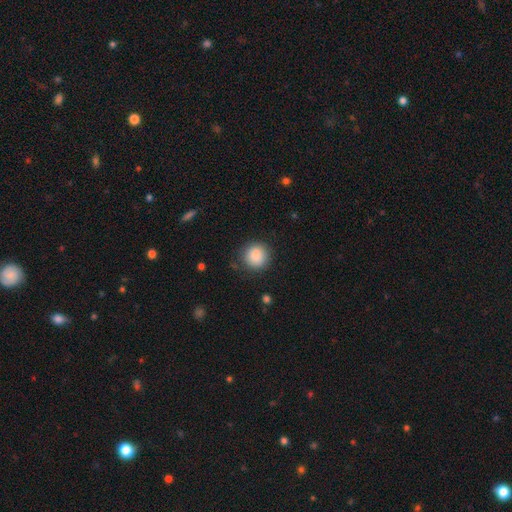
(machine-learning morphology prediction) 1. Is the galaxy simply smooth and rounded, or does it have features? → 88% smooth, 8% star or artifact, 4% featured or disk.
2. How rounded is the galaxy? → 91% round, 8% in between, 1% cigar-shaped.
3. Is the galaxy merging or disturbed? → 86% none, 10% minor disturbance, 3% major disturbance, 1% merger.